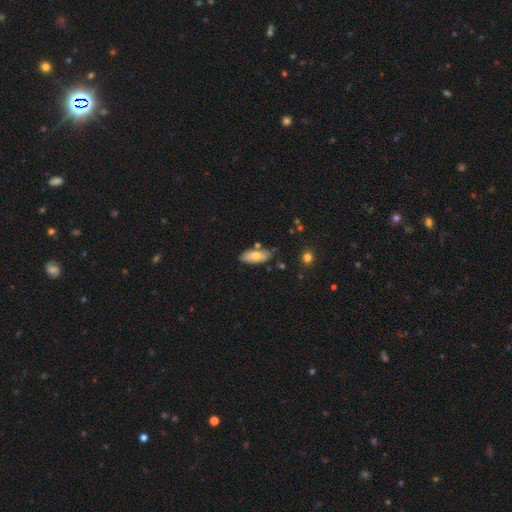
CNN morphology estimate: Smooth or featured? Predicted: smooth (p=0.74). How rounded? Predicted: in between (p=0.85). Merging? Predicted: none (p=0.73).